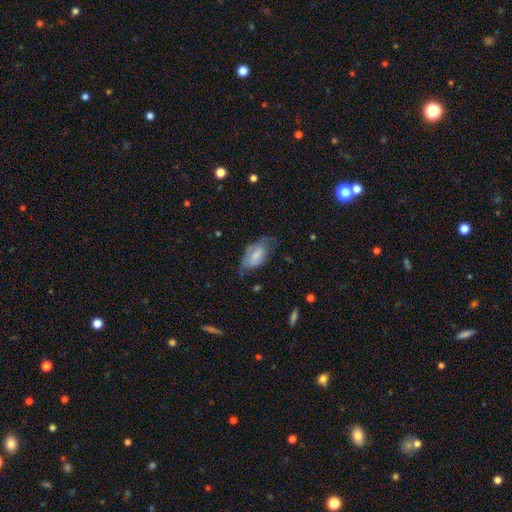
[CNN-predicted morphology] type=smooth (59%); roundness=in between (91%); merging=none (44%).